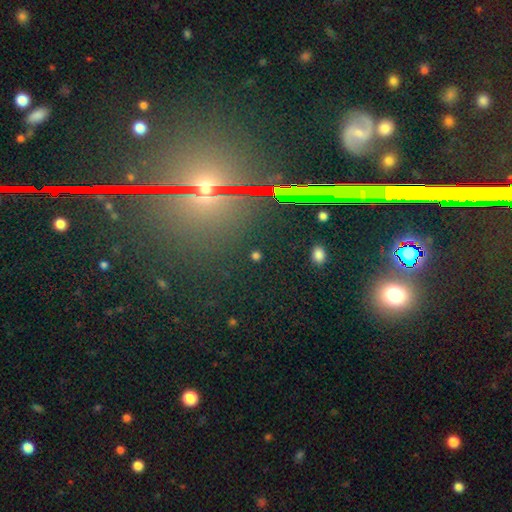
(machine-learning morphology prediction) smooth-or-featured: star or artifact: 57% | smooth: 32% | featured or disk: 11%